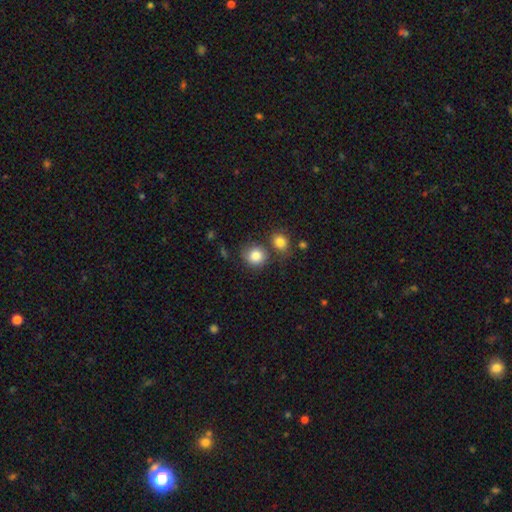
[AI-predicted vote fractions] Morphology: type=smooth (84%); roundness=round (85%); merging=none (63%).